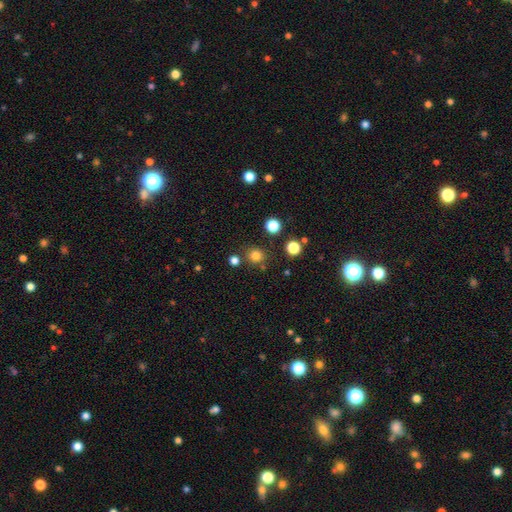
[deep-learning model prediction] Smooth or featured? smooth (79%)
How rounded? round (90%)
Merging? none (81%)